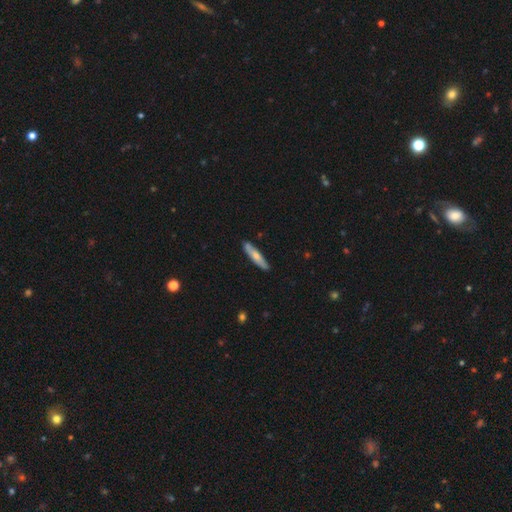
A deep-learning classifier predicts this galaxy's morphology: Smooth or featured: smooth — 57% (featured or disk — 37%)
How rounded: cigar-shaped — 84% (in between — 14%)
Merging: none — 84% (minor disturbance — 12%)